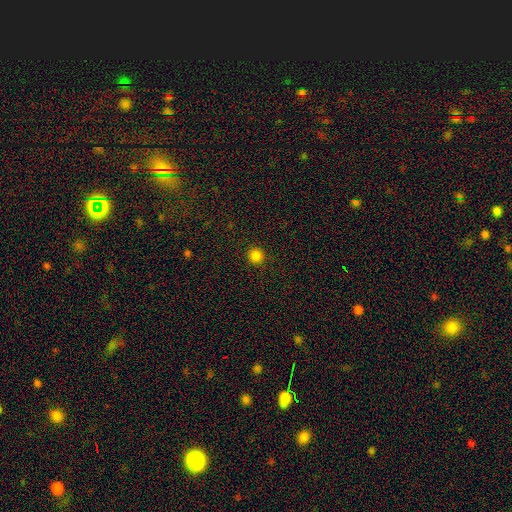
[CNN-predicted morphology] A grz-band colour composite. It shows a smooth galaxy with no disk features (84%) that is round (95%). Merging: none (92%).